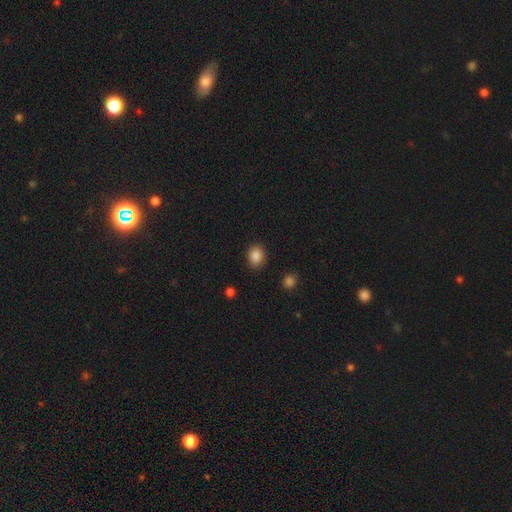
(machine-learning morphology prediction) smooth_or_featured: smooth (p=0.87) [alt: star or artifact p=0.09]
how_rounded: in between (p=0.52) [alt: round p=0.47]
merging: none (p=0.87) [alt: minor disturbance p=0.09]